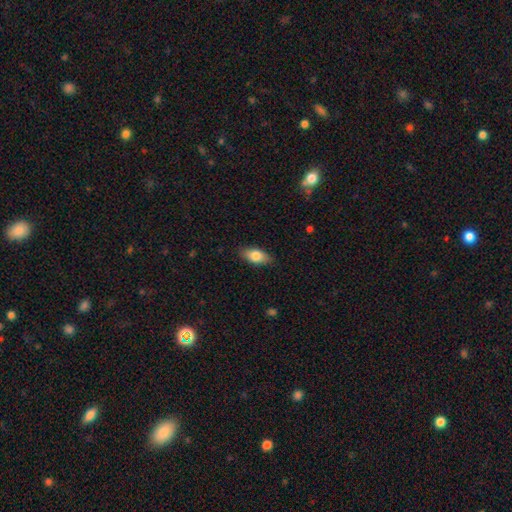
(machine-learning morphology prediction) A smooth galaxy with no disk features (79%) that is in between round and cigar-shaped (87%). Merging: none (86%).